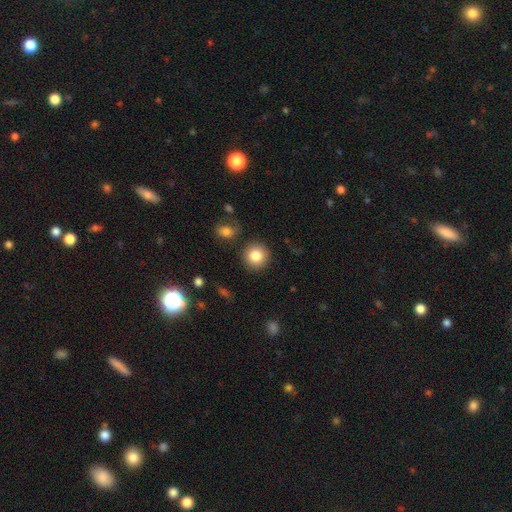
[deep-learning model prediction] Morphology: type=smooth (83%); roundness=round (93%); merging=none (88%).